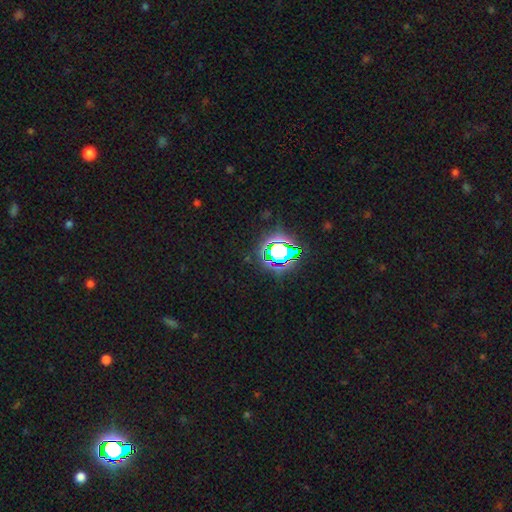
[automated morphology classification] Smooth or featured? Predicted: star or artifact (p=0.79).